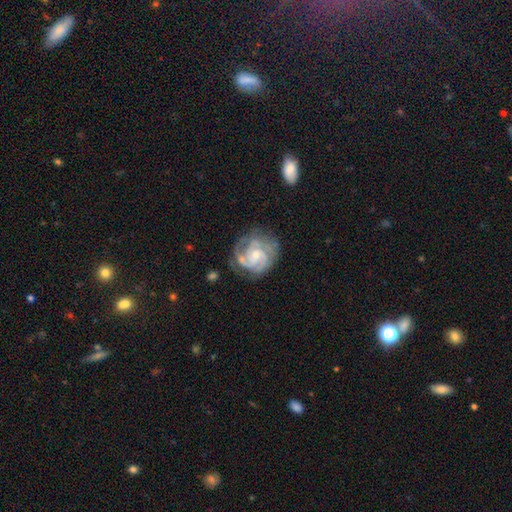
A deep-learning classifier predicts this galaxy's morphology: A featured or disk galaxy (87%) with no bar (66%), 3 (38%) tight (60%) spiral arms (97%) and a small central bulge (59%). Merging: none (66%).